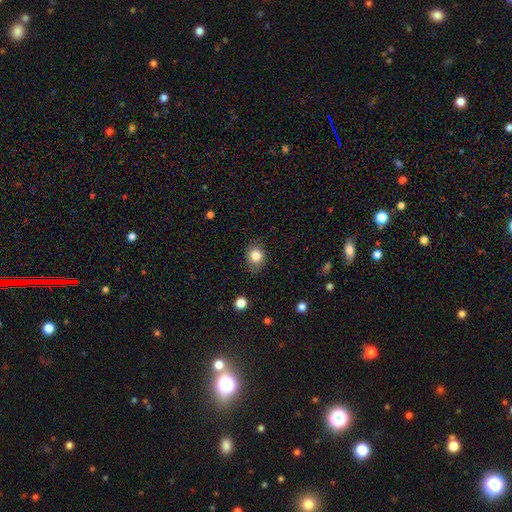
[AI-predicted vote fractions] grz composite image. It shows a smooth galaxy with no disk features (83%) that is round (68%). Merging: none (80%).